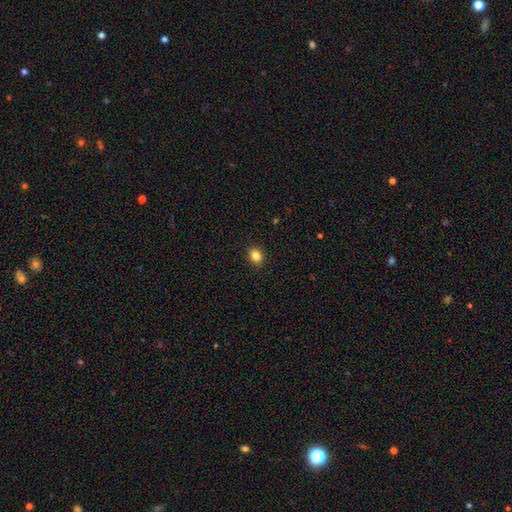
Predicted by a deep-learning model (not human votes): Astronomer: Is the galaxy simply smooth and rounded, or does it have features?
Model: smooth — 84%.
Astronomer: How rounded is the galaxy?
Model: round — 59% (runner-up: in between, 40%).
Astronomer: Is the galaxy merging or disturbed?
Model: none — 91%.